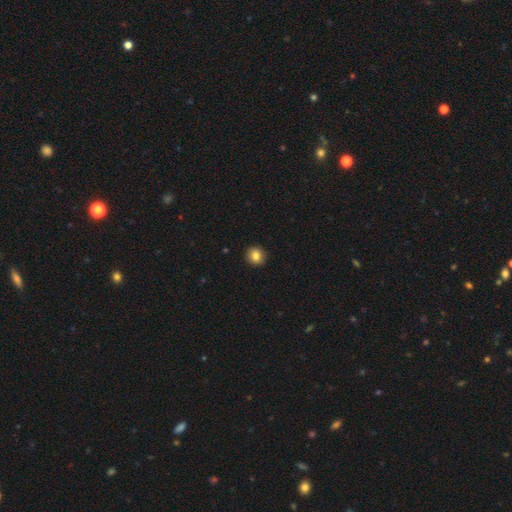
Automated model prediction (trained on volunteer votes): The model was most divided on "smooth or featured": smooth: 84%, star or artifact: 10%, featured or disk: 6%. More confident: merging — none (92%); how rounded — round (88%).